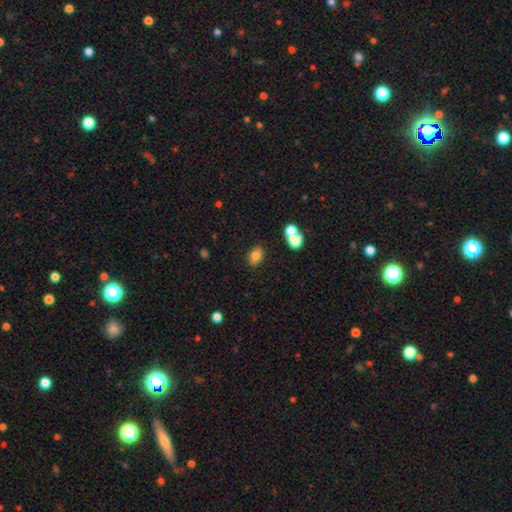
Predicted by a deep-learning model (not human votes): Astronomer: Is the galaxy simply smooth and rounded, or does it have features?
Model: smooth — 80%.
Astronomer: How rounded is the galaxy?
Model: in between — 73%.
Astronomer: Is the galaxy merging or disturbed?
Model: none — 81%.